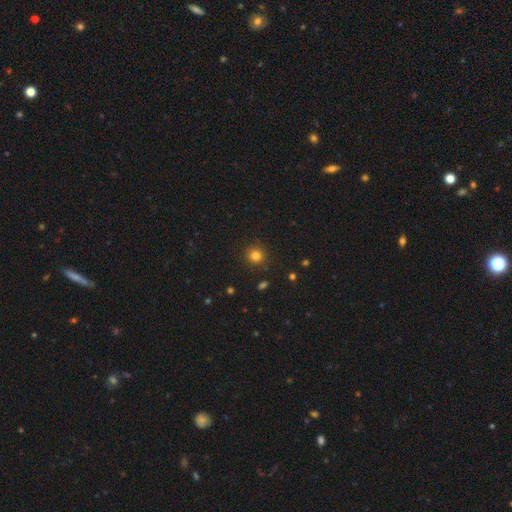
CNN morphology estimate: This appears to be a smooth galaxy with no disk features (82%) that is round (93%). Merging: none (90%).